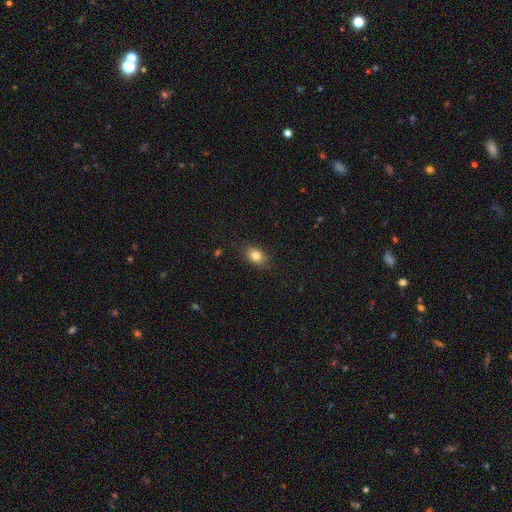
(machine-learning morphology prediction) Smooth or featured: smooth — 82% (star or artifact — 9%)
How rounded: in between — 79% (round — 19%)
Merging: none — 85% (minor disturbance — 11%)